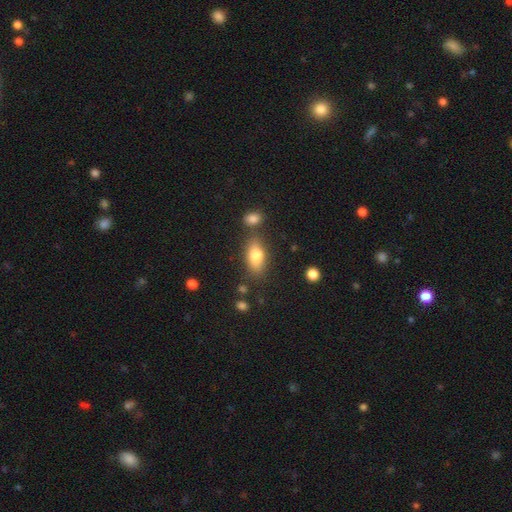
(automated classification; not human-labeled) A smooth galaxy with no disk features (80%) that is in between round and cigar-shaped (85%). Merging: none (67%).